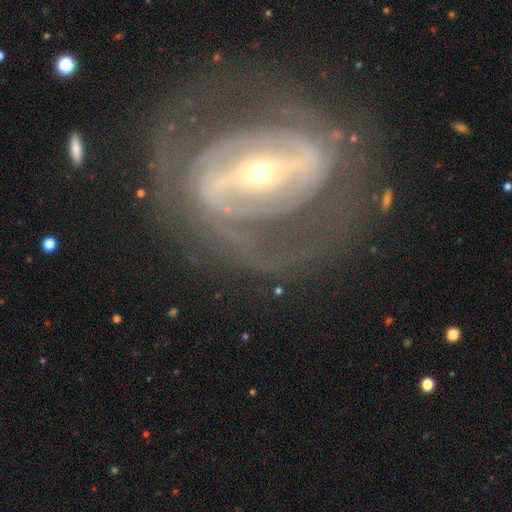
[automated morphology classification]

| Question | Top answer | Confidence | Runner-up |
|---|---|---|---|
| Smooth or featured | featured or disk | 87% | smooth (7%) |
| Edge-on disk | no | 94% | yes (6%) |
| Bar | strong | 67% | weak (21%) |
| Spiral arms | yes | 82% | no (18%) |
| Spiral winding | tight | 45% | medium (39%) |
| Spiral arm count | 2 | 61% | can't tell (20%) |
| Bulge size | small | 72% | moderate (23%) |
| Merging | none | 67% | major disturbance (17%) |